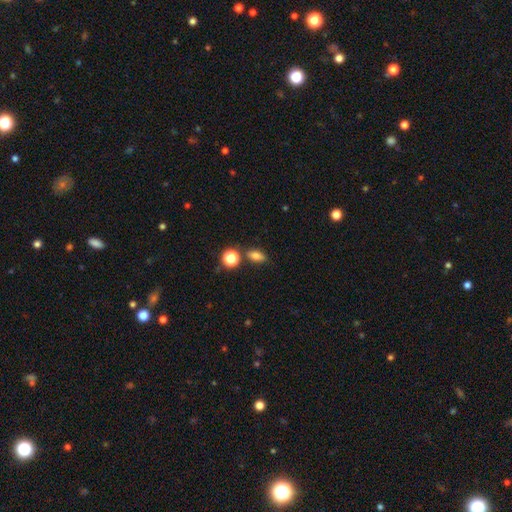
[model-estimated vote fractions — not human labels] A smooth galaxy with no disk features (79%) that is in between round and cigar-shaped (76%). Merging: none (73%).